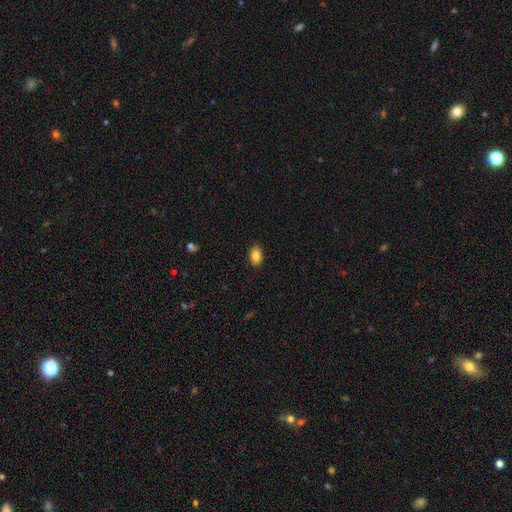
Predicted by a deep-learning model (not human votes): A smooth galaxy with no disk features (84%) that is in between round and cigar-shaped (83%). Merging: none (87%).